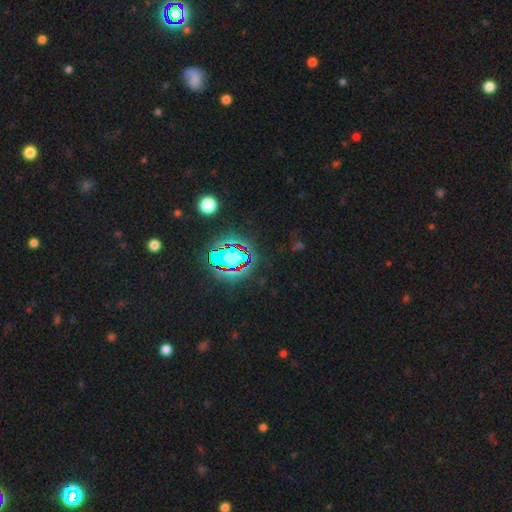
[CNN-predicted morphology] Smooth or featured: star or artifact — 77% (smooth — 13%)